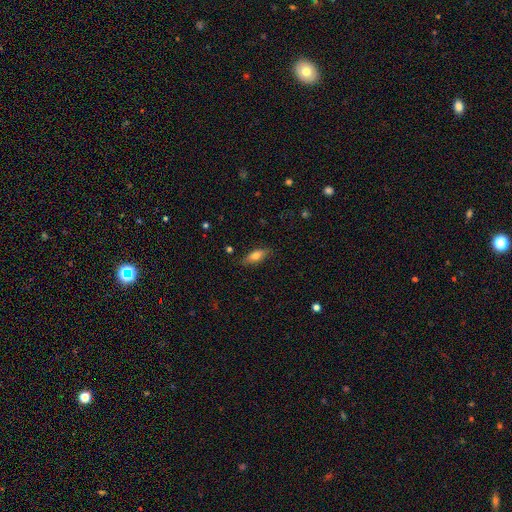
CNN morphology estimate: Overall: smooth (70%). How rounded: in between (69%). Merging: none (83%).